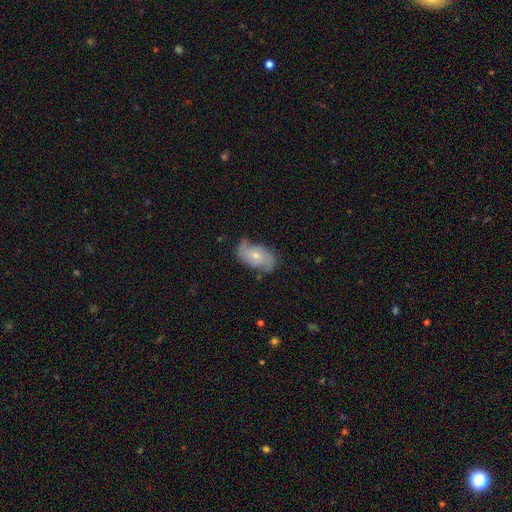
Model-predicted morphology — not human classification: Smooth or featured: featured or disk — 64% (smooth — 29%)
Edge-on disk: no — 95% (yes — 5%)
Bar: no — 67% (weak — 28%)
Spiral arms: yes — 88% (no — 12%)
Spiral winding: loose — 40% (medium — 39%)
Spiral arm count: 2 — 78% (can't tell — 12%)
Bulge size: small — 57% (moderate — 38%)
Merging: none — 65% (minor disturbance — 25%)